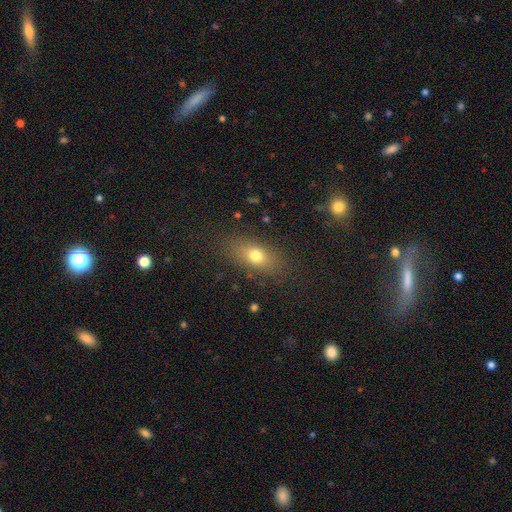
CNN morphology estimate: smooth 74%, featured or disk 14%, star or artifact 12%. Down the decision tree: how rounded — in between (74%); merging — none (82%).